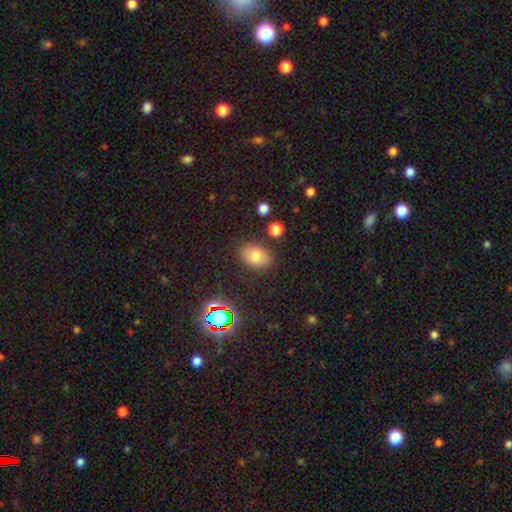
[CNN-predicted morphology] Smooth or featured?
  - smooth: 72% *
  - star or artifact: 15%
  - featured or disk: 13%
How rounded?
  - in between: 74% *
  - round: 25%
  - cigar-shaped: 1%
Merging?
  - none: 82% *
  - minor disturbance: 12%
  - major disturbance: 3%
  - merger: 3%